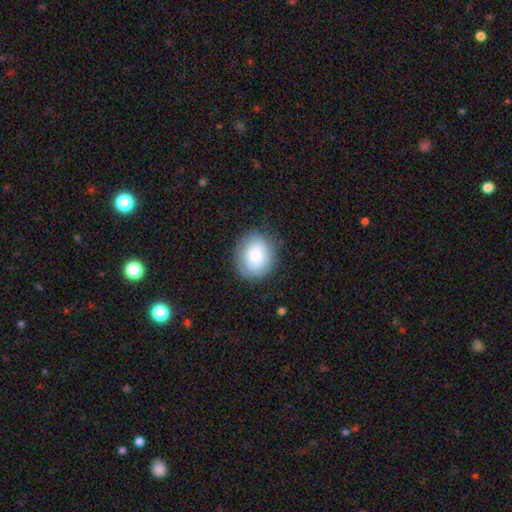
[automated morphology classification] A smooth galaxy with no disk features (76%) that is round (67%).

Vote fractions:
- Smooth or featured? smooth: 76% / featured or disk: 17% / star or artifact: 7%
- How rounded? round: 67% / in between: 32% / cigar-shaped: 1%
- Merging? none: 78% / minor disturbance: 16% / major disturbance: 5% / merger: 1%